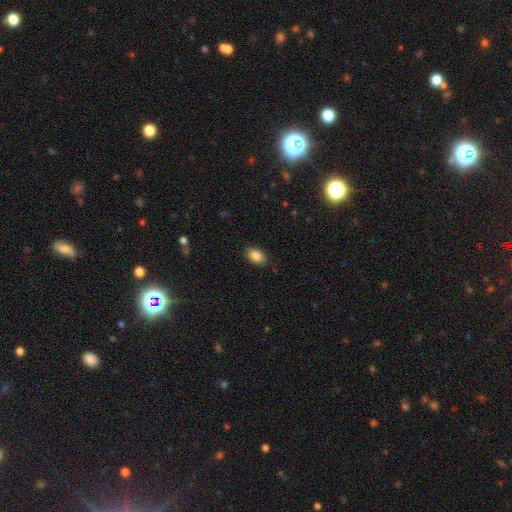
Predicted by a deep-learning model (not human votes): This appears to be a smooth galaxy with no disk features (87%) that is in between round and cigar-shaped (90%). Merging: none (87%).